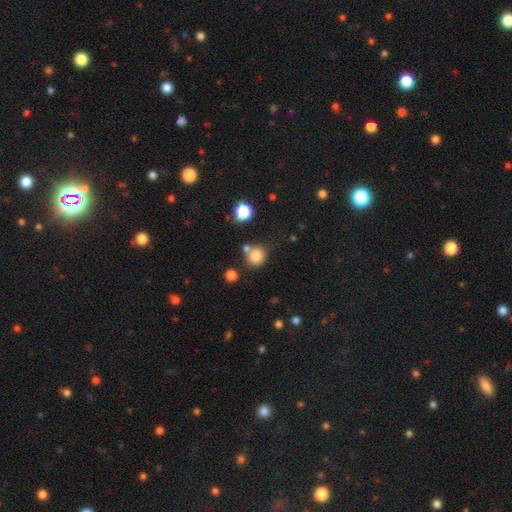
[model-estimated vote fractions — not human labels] Morphology: type=smooth (81%); roundness=round (87%); merging=none (68%).